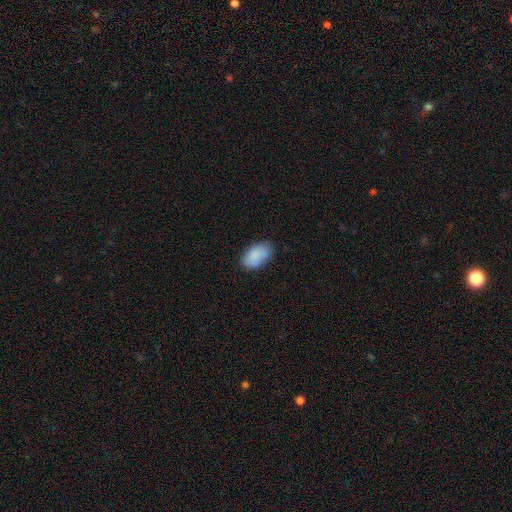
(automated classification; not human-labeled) Smooth or featured? Predicted: smooth (p=0.85). How rounded? Predicted: in between (p=0.94). Merging? Predicted: none (p=0.75).